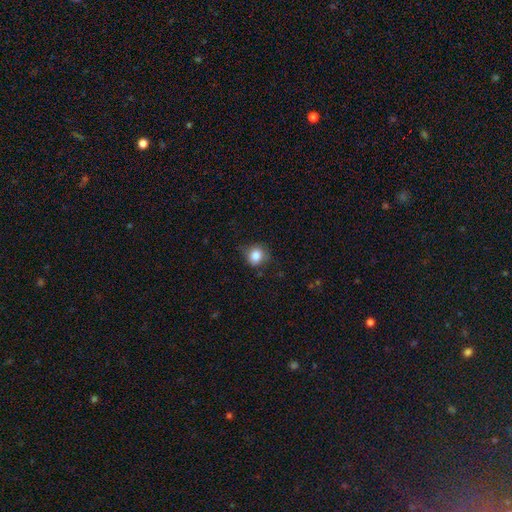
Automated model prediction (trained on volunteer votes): smooth 84%, star or artifact 10%, featured or disk 6%. Down the decision tree: how rounded — round (82%); merging — none (74%).